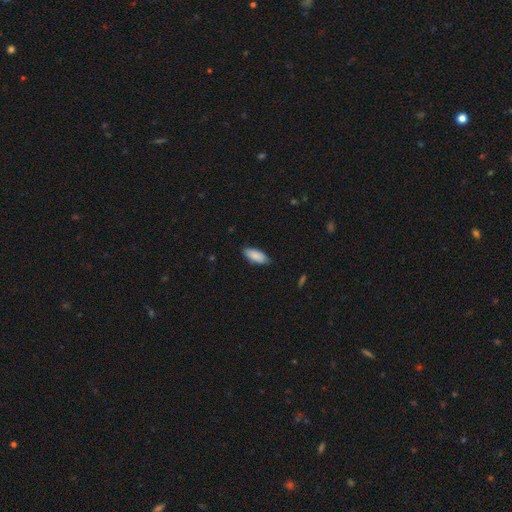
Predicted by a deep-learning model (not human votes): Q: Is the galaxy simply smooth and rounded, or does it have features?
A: smooth — 88%.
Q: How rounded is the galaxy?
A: in between — 80%.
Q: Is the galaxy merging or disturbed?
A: none — 84%.